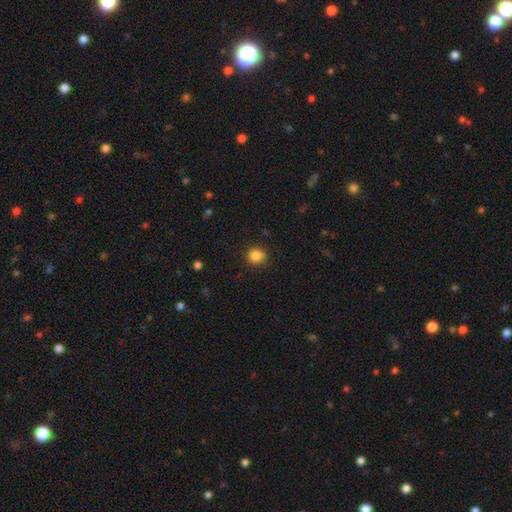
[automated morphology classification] smooth 84%, star or artifact 11%, featured or disk 5%. Down the decision tree: how rounded — round (86%); merging — none (82%).